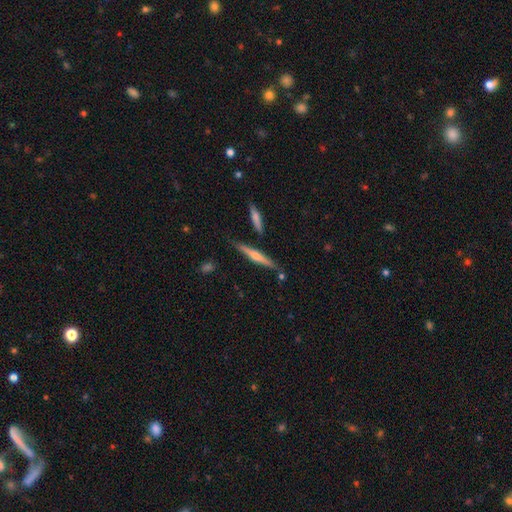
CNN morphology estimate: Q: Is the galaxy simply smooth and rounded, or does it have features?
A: featured or disk — 64%.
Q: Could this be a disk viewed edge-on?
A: yes — 97%.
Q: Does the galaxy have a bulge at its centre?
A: rounded — 82%.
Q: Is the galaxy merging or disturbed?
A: none — 83%.